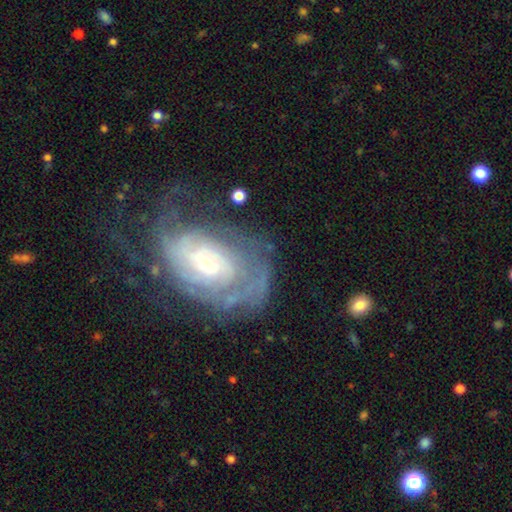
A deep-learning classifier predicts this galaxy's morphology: Q: Smooth or featured?
A: featured or disk (80%); runner-up: smooth (12%)
Q: Edge-on disk?
A: no (96%); runner-up: yes (4%)
Q: Bar?
A: no (55%); runner-up: weak (35%)
Q: Spiral arms?
A: yes (86%); runner-up: no (14%)
Q: Spiral winding?
A: tight (62%); runner-up: medium (28%)
Q: Spiral arm count?
A: can't tell (52%); runner-up: 2 (20%)
Q: Bulge size?
A: small (60%); runner-up: moderate (32%)
Q: Merging?
A: none (53%); runner-up: major disturbance (23%)